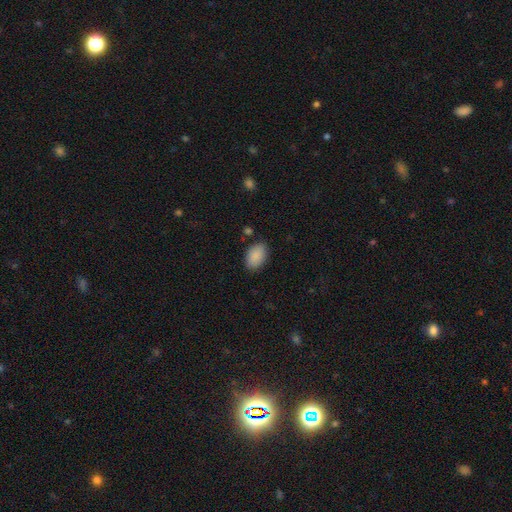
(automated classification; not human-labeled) Overall: smooth (90%). How rounded: in between (90%). Merging: none (84%).